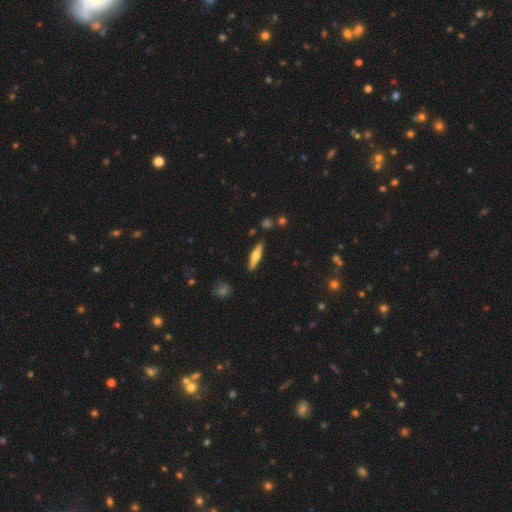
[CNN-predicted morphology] Smooth or featured: featured or disk — 52% (smooth — 42%)
Edge-on disk: yes — 95% (no — 5%)
Merging: none — 88% (minor disturbance — 8%)